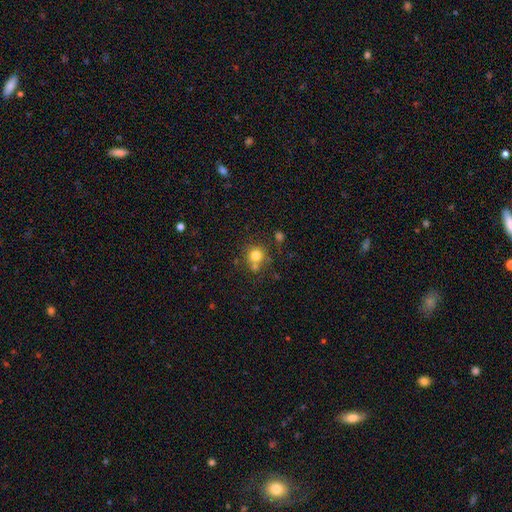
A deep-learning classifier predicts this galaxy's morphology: Smooth or featured?
  - smooth: 78% *
  - star or artifact: 13%
  - featured or disk: 10%
How rounded?
  - round: 89% *
  - in between: 11%
  - cigar-shaped: 1%
Merging?
  - none: 62% *
  - merger: 22%
  - minor disturbance: 12%
  - major disturbance: 5%